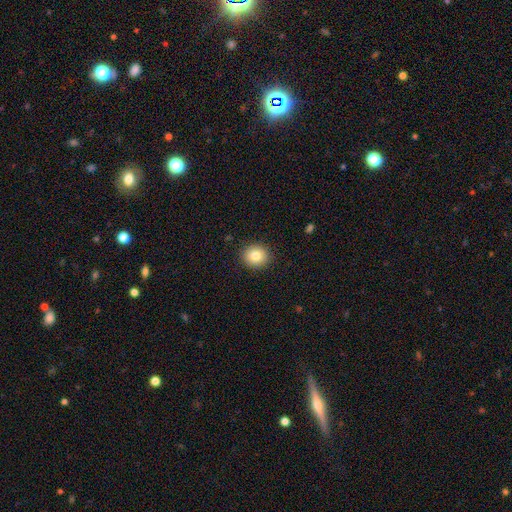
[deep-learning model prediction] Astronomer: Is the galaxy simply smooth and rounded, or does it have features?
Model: smooth — 82%.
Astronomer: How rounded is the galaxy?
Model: round — 81%.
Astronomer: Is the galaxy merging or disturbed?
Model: none — 91%.